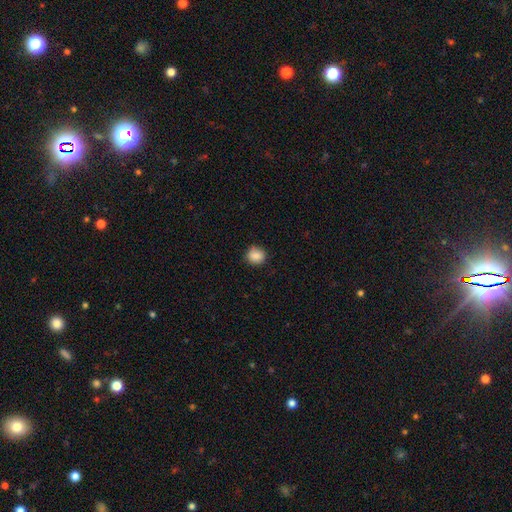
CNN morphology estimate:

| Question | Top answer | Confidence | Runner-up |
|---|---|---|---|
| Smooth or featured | smooth | 88% | star or artifact (9%) |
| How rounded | round | 82% | in between (17%) |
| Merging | none | 88% | minor disturbance (9%) |